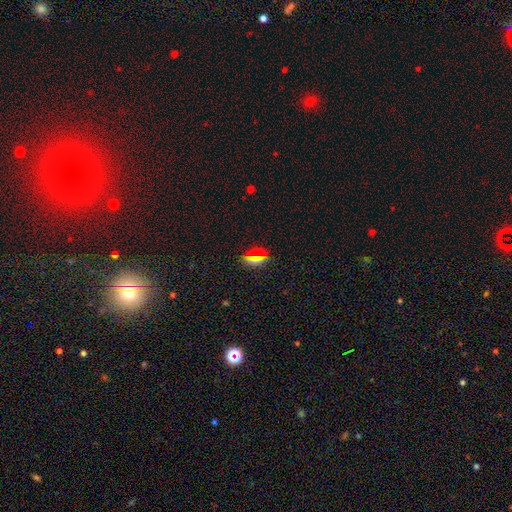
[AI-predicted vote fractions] Overall: smooth (67%). How rounded: in between (71%). Merging: none (85%).